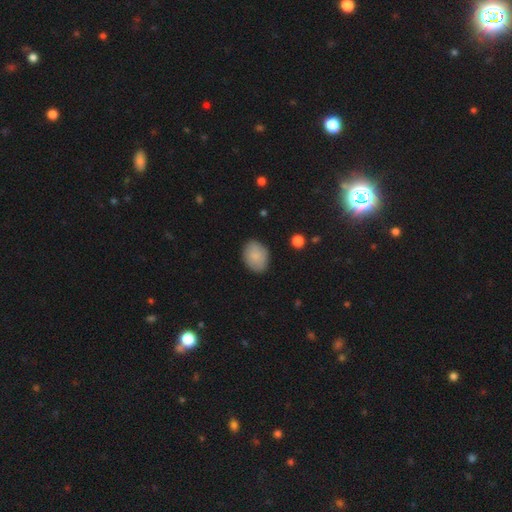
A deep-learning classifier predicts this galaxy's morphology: Overall: smooth (84%). How rounded: in between (68%; round 31%). Merging: none (83%).